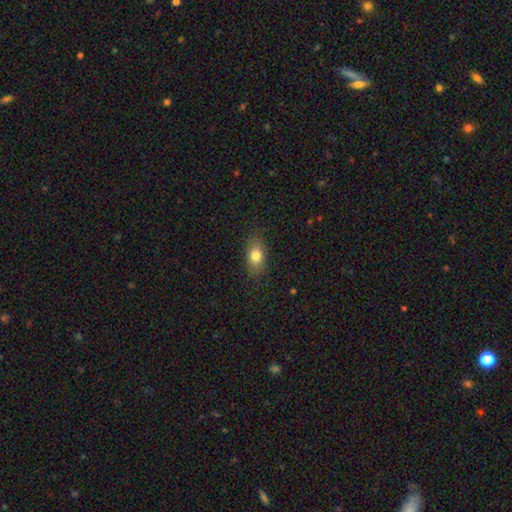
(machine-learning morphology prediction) A smooth galaxy with no disk features (79%) that is in between round and cigar-shaped (81%). Merging: none (83%).